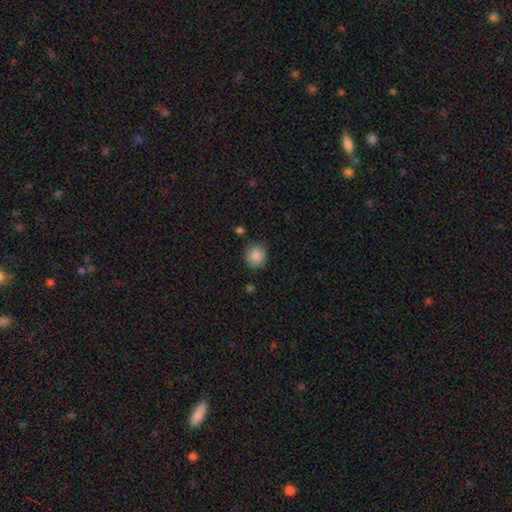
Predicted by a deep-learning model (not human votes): Smooth or featured? Predicted: smooth (p=0.88). How rounded? Predicted: round (p=0.81). Merging? Predicted: none (p=0.81).